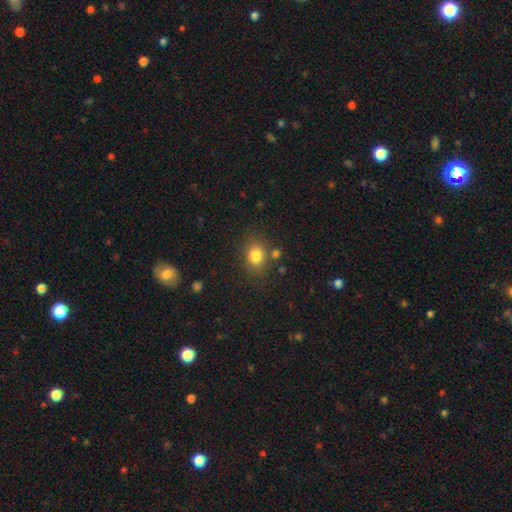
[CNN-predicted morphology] smooth-or-featured: smooth: 81% | star or artifact: 11% | featured or disk: 7%
  how-rounded: round: 53% | in between: 46% | cigar-shaped: 1%
  merging: none: 77% | minor disturbance: 12% | merger: 7% | major disturbance: 4%